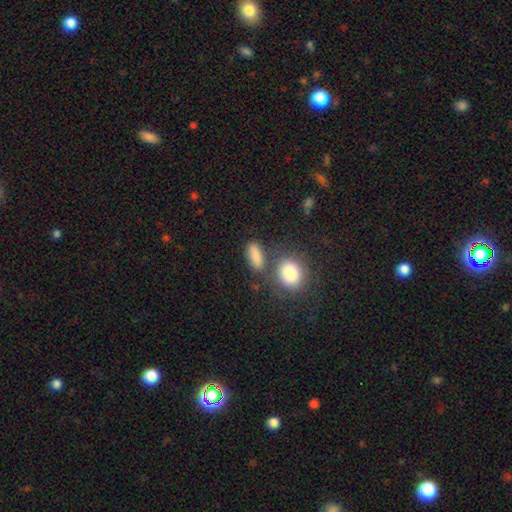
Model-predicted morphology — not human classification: smooth_or_featured: smooth (p=0.86) [alt: star or artifact p=0.09]
how_rounded: in between (p=0.71) [alt: cigar-shaped p=0.16]
merging: none (p=0.69) [alt: merger p=0.14]